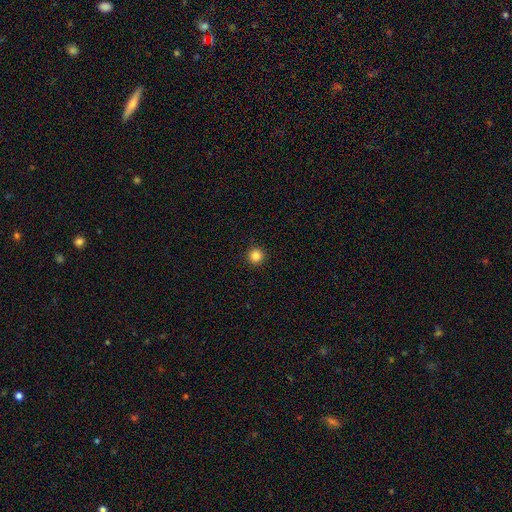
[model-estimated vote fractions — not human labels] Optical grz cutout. It shows a smooth galaxy with no disk features (84%) that is round (96%). Merging: none (93%).